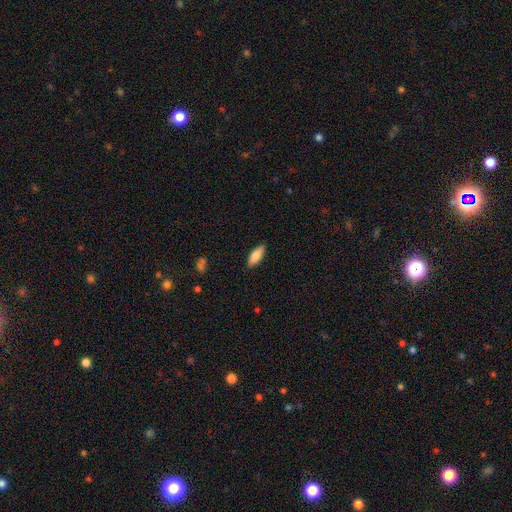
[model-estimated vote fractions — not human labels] Smooth or featured? Predicted: smooth (p=0.78). How rounded? Predicted: in between (p=0.65). Merging? Predicted: none (p=0.88).